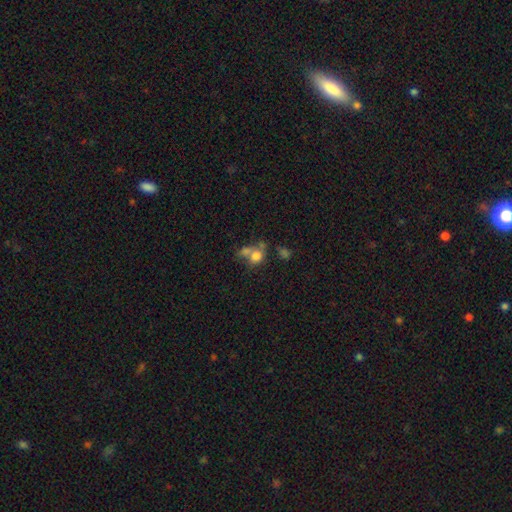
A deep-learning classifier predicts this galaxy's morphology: The model was most divided on "merging": merger: 44%, none: 30%, major disturbance: 13%, minor disturbance: 13%. More confident: smooth or featured — smooth (70%); how rounded — round (57%).